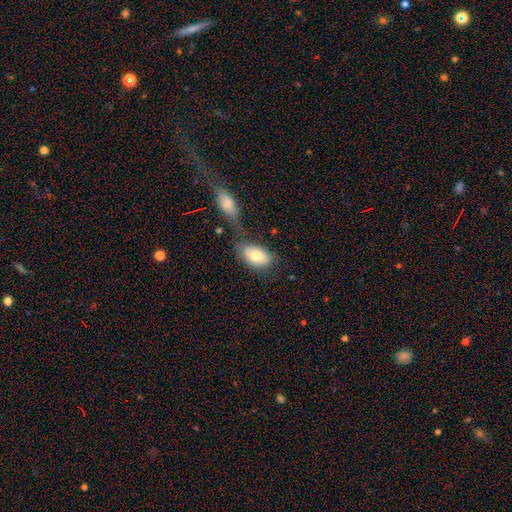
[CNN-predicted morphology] Smooth or featured: smooth — 77% (featured or disk — 17%)
How rounded: in between — 92% (round — 6%)
Merging: none — 55% (minor disturbance — 19%)